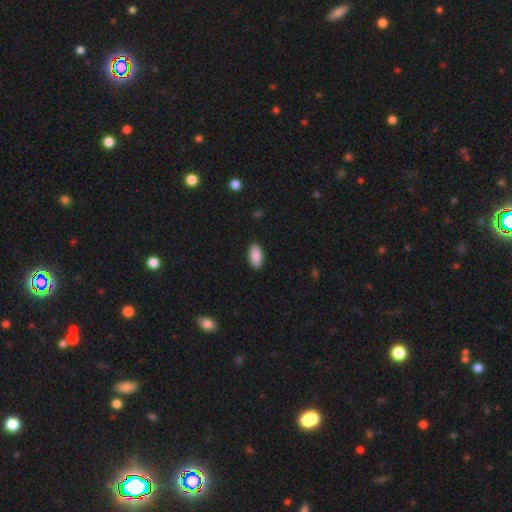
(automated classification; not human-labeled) The model was most divided on "merging": none: 89%, minor disturbance: 8%, major disturbance: 2%, merger: 1%. More confident: how rounded — in between (93%); smooth or featured — smooth (90%).